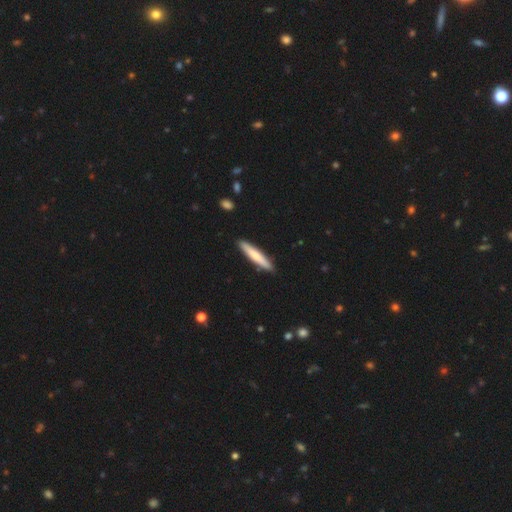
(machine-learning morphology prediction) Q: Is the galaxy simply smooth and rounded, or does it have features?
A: smooth — 68%.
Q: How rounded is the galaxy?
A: cigar-shaped — 91%.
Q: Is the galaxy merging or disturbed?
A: none — 90%.